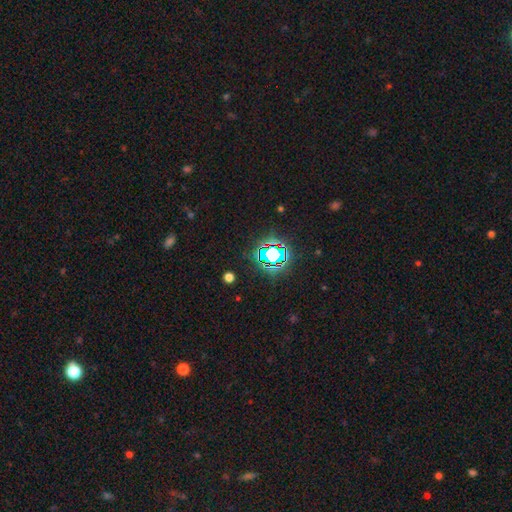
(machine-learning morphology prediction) Q: Smooth or featured?
A: star or artifact (80%); runner-up: smooth (13%)